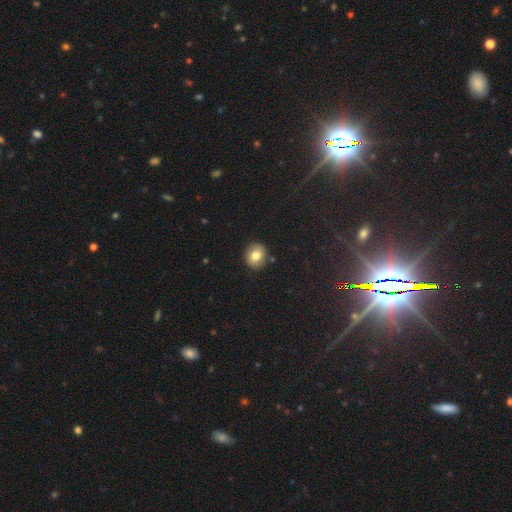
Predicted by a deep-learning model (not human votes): smooth-or-featured: smooth: 79% | featured or disk: 11% | star or artifact: 10%
  how-rounded: round: 72% | in between: 27% | cigar-shaped: 1%
  merging: none: 87% | minor disturbance: 9% | major disturbance: 2% | merger: 2%